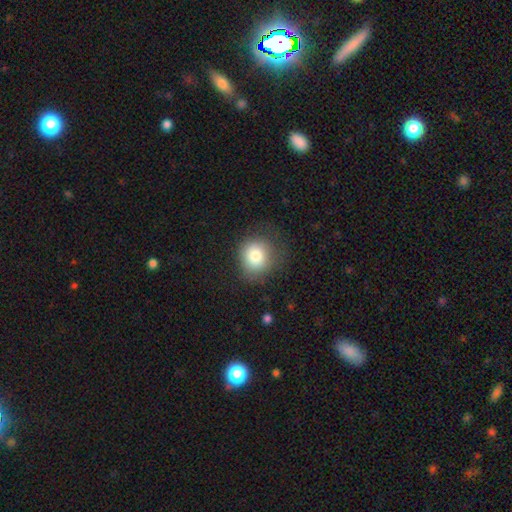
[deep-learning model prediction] smooth-or-featured: smooth: 80% | star or artifact: 10% | featured or disk: 10%
  how-rounded: round: 82% | in between: 17% | cigar-shaped: 1%
  merging: none: 74% | minor disturbance: 17% | major disturbance: 8% | merger: 1%